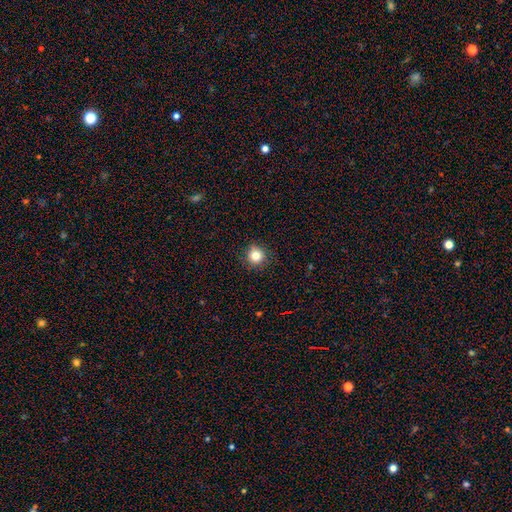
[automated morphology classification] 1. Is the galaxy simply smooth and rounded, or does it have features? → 81% smooth, 13% star or artifact, 6% featured or disk.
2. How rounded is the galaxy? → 93% round, 6% in between, 1% cigar-shaped.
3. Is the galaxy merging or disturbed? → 90% none, 7% minor disturbance, 2% major disturbance, 1% merger.